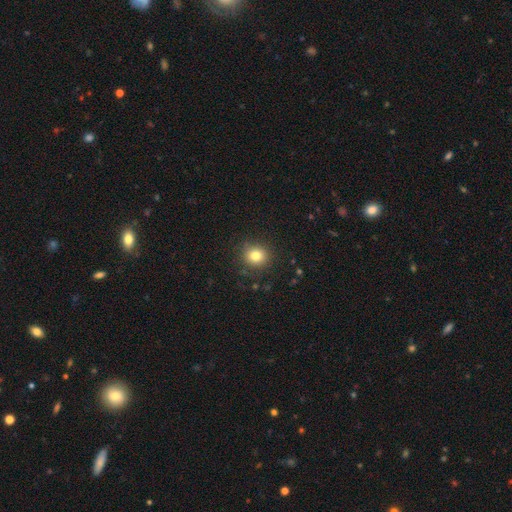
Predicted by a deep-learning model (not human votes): smooth-or-featured: smooth: 81% | star or artifact: 12% | featured or disk: 7%
  how-rounded: round: 85% | in between: 14% | cigar-shaped: 1%
  merging: none: 88% | minor disturbance: 8% | major disturbance: 3% | merger: 1%